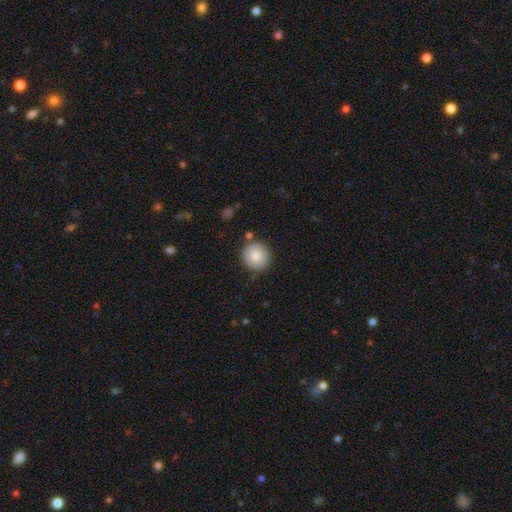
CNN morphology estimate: Smooth or featured? smooth (83%)
How rounded? round (93%)
Merging? none (83%)